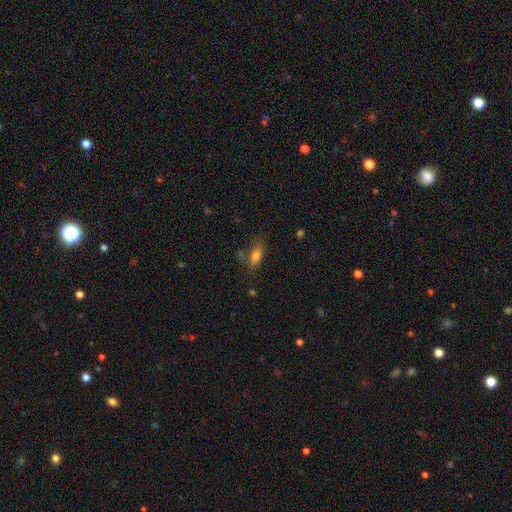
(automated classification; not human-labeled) Smooth or featured? smooth (78%)
How rounded? in between (80%)
Merging? none (64%)